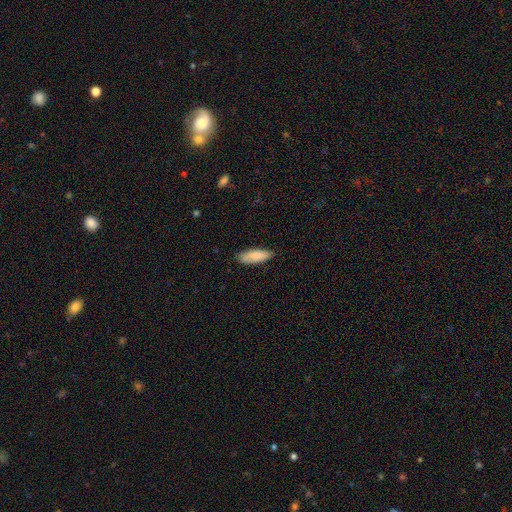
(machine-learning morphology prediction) smooth_or_featured: smooth (p=0.86) [alt: featured or disk p=0.08]
how_rounded: in between (p=0.63) [alt: cigar-shaped p=0.35]
merging: none (p=0.79) [alt: minor disturbance p=0.17]